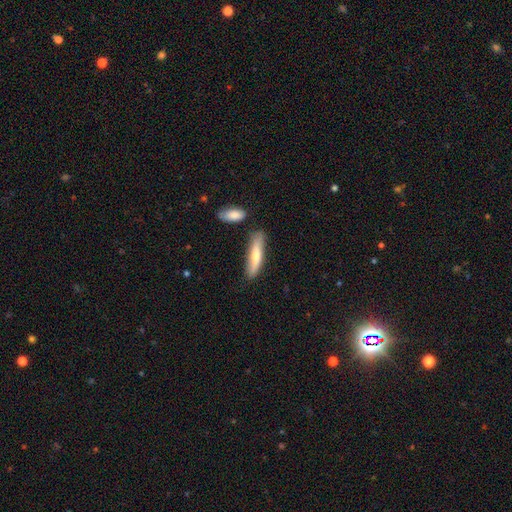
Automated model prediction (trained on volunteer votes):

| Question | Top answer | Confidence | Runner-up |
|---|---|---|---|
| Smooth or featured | smooth | 59% | featured or disk (35%) |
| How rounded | cigar-shaped | 79% | in between (19%) |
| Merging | none | 77% | minor disturbance (14%) |